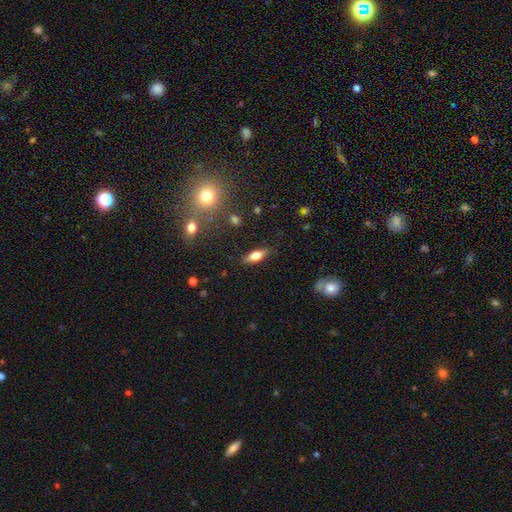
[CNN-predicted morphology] smooth 65%, featured or disk 27%, star or artifact 8%. Down the decision tree: how rounded — in between (67%); merging — none (84%).